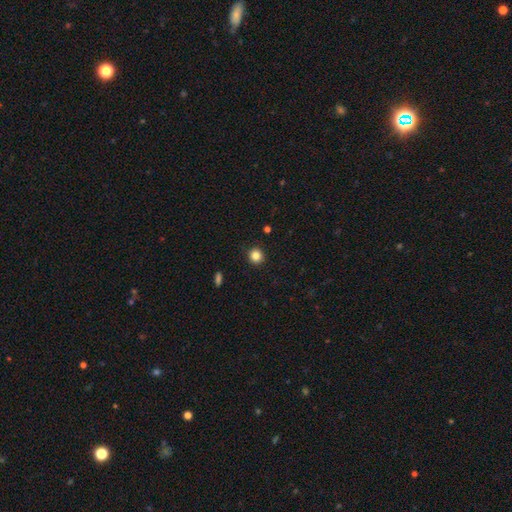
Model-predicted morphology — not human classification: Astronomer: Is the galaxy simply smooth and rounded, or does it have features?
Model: smooth — 84%.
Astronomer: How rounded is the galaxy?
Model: round — 91%.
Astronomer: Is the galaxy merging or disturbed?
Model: none — 92%.